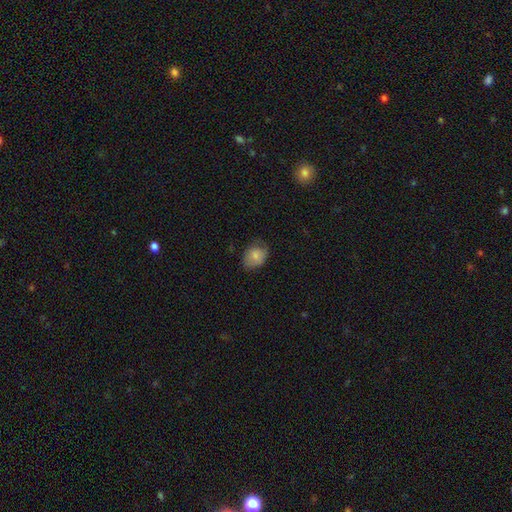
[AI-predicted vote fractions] The model was most divided on "how rounded": in between: 61%, round: 38%, cigar-shaped: 1%. More confident: smooth or featured — smooth (79%); merging — none (63%).